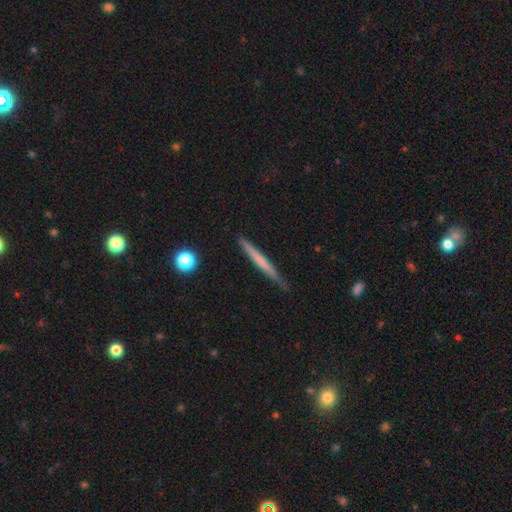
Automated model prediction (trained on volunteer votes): Smooth or featured: smooth — 51% (featured or disk — 43%)
How rounded: cigar-shaped — 96% (in between — 2%)
Merging: none — 84% (minor disturbance — 12%)